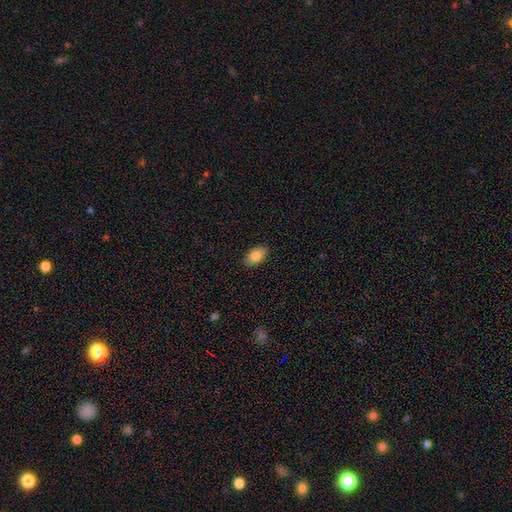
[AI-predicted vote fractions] Overall: smooth (85%). How rounded: in between (93%). Merging: none (89%).